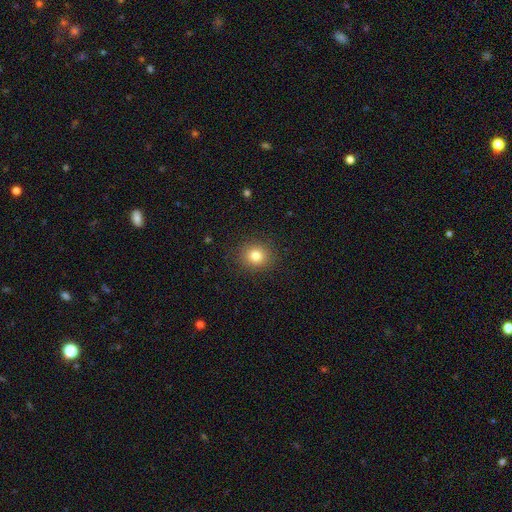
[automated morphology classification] This appears to be a smooth galaxy with no disk features (82%) that is round (82%). Merging: none (89%).